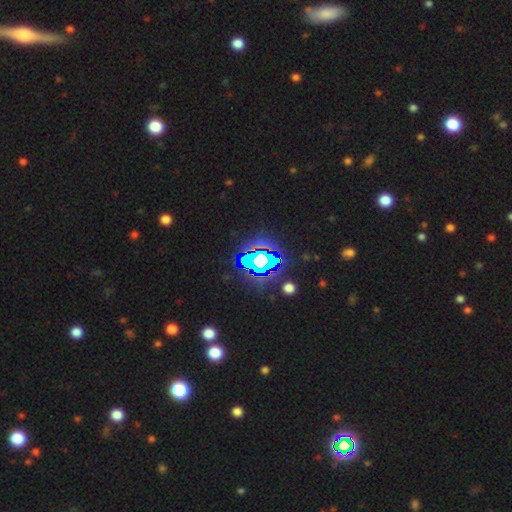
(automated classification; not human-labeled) A star or artifact, not a galaxy (70%).

Vote fractions:
- Smooth or featured? star or artifact: 70% / featured or disk: 15% / smooth: 15%